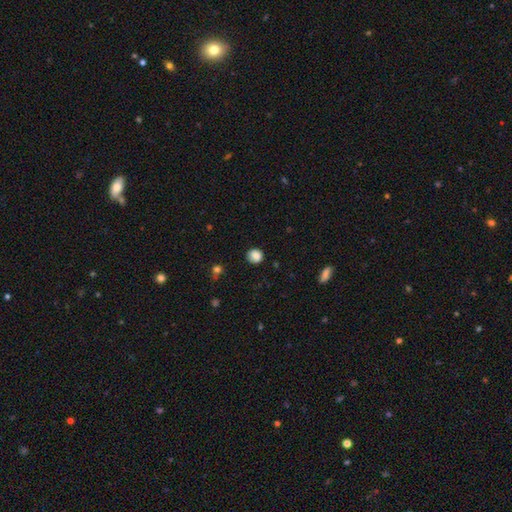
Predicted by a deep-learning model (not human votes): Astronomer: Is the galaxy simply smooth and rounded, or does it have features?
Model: smooth — 84%.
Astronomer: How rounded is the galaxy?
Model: round — 81%.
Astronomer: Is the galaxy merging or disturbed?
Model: none — 80%.